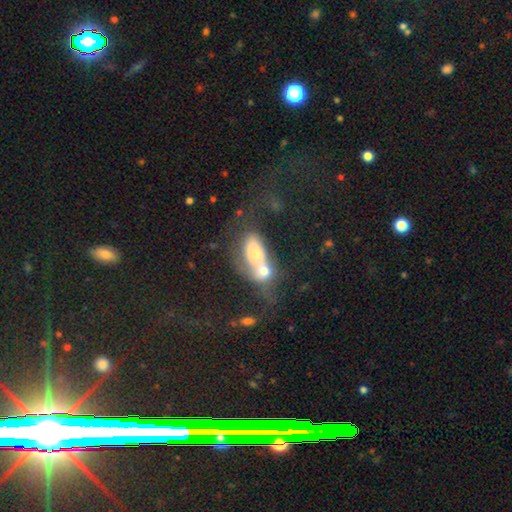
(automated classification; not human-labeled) A smooth galaxy with no disk features (49%). Merging: merger (69%).